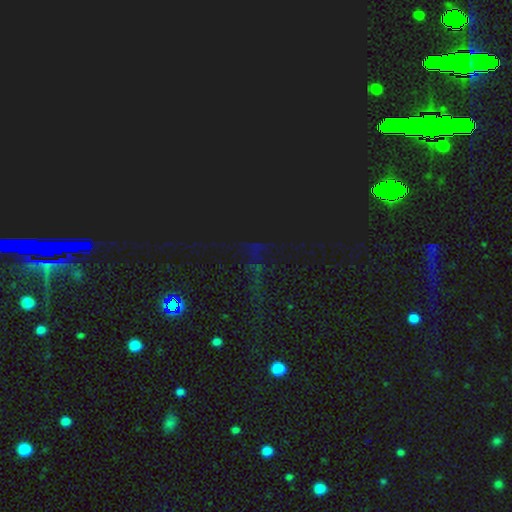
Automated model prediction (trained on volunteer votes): Morphology: type=star or artifact (81%).